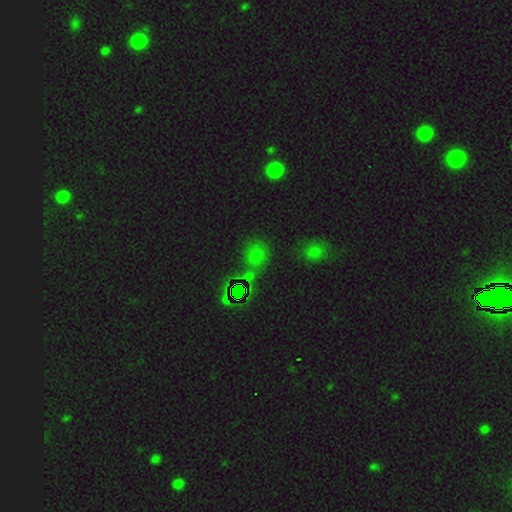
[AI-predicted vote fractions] Smooth or featured? smooth (53%)
How rounded? round (77%)
Merging? none (67%)